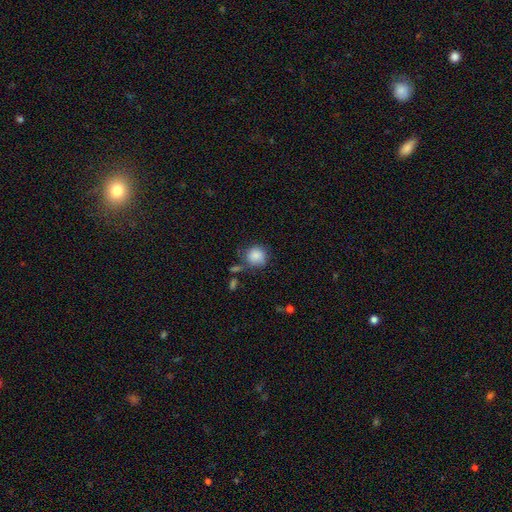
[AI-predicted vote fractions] Morphology: type=smooth (83%); roundness=round (83%); merging=none (53%).